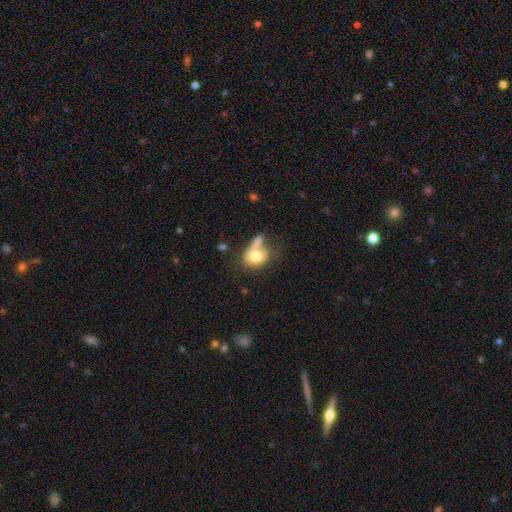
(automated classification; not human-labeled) Smooth or featured: smooth — 72% (featured or disk — 20%)
How rounded: in between — 61% (round — 37%)
Merging: merger — 41% (none — 28%)